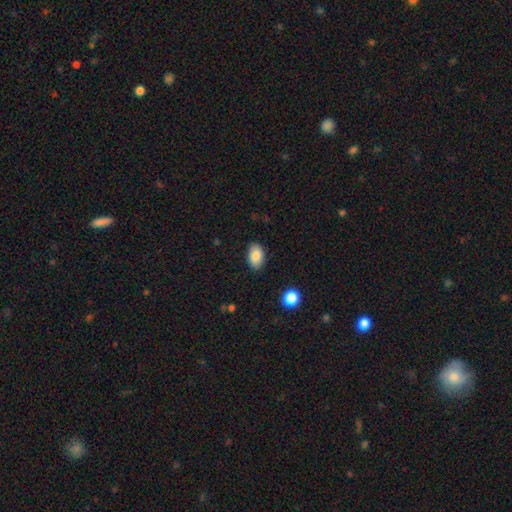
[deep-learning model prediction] Smooth or featured? Predicted: smooth (p=0.86). How rounded? Predicted: in between (p=0.90). Merging? Predicted: none (p=0.86).